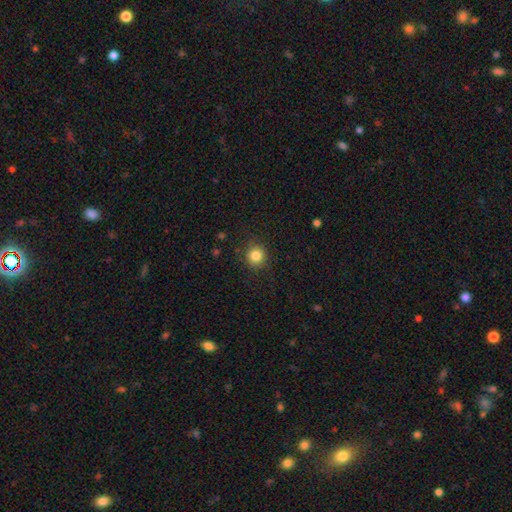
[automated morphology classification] This appears to be a smooth galaxy with no disk features (84%) that is round (92%). Merging: none (88%).